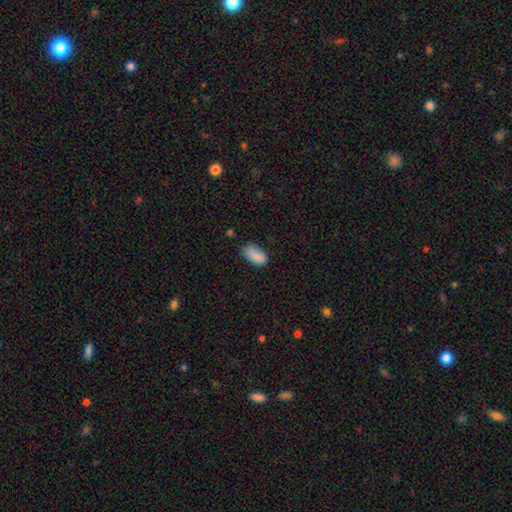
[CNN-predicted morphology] Q: Smooth or featured?
A: smooth (84%); runner-up: star or artifact (8%)
Q: How rounded?
A: in between (92%); runner-up: round (4%)
Q: Merging?
A: none (61%); runner-up: minor disturbance (28%)